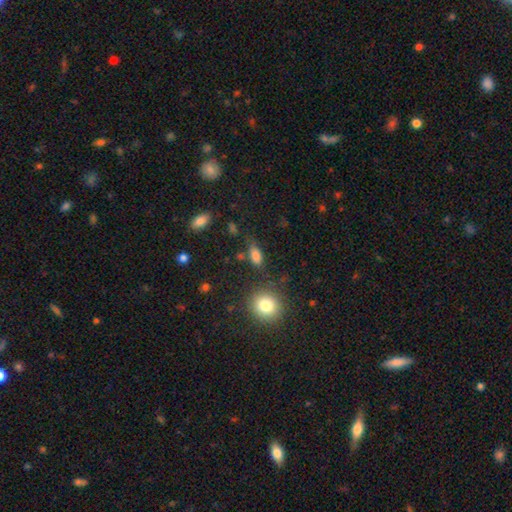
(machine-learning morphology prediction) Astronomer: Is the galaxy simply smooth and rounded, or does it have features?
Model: smooth — 81%.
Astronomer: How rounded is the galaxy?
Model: in between — 83%.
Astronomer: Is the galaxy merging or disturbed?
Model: none — 65%.